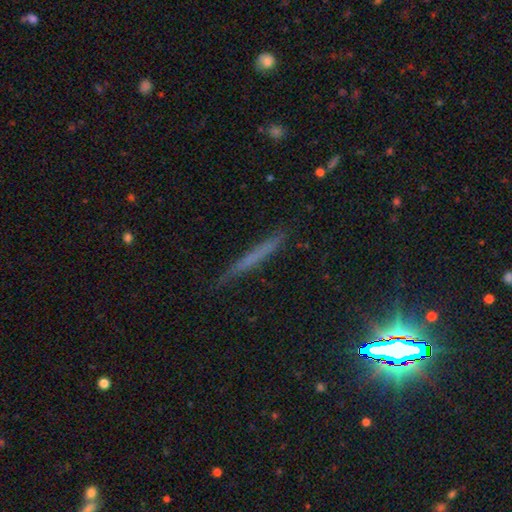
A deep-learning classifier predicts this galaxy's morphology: A smooth galaxy with no disk features (47%).

Vote fractions:
- Smooth or featured? smooth: 47% / featured or disk: 36% / star or artifact: 17%
- Merging? none: 85% / minor disturbance: 11% / major disturbance: 2% / merger: 2%